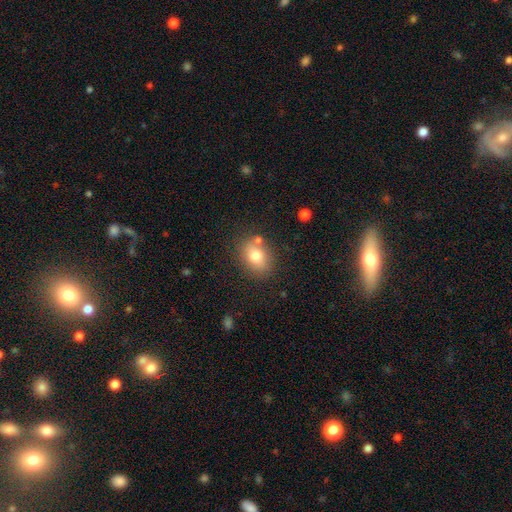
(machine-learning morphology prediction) This is likely a smooth galaxy (77%). How rounded: likely in between (63%). Merging: likely none (74%).